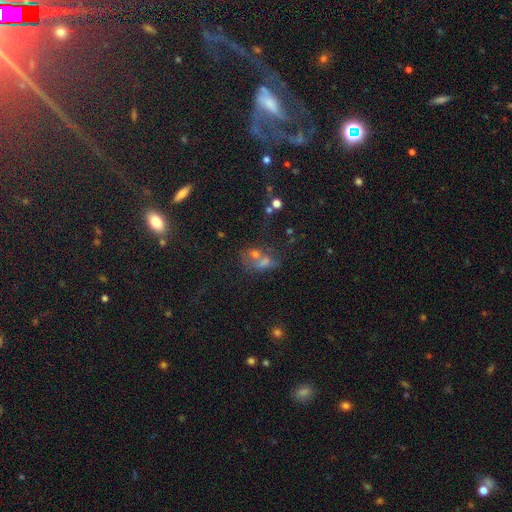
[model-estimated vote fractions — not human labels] This appears to be a smooth galaxy with no disk features (47%). Merging: merger (46%).